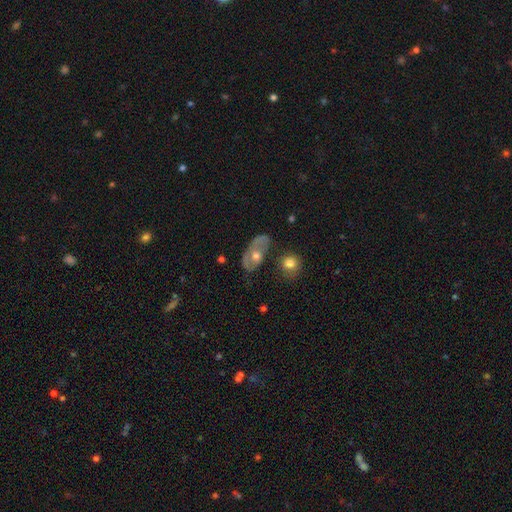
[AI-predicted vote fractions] A featured or disk galaxy (56%).

Vote fractions:
- Smooth or featured? featured or disk: 56% / smooth: 37% / star or artifact: 8%
- Edge-on disk? no: 88% / yes: 12%
- Merging? none: 51% / minor disturbance: 26% / major disturbance: 15% / merger: 8%